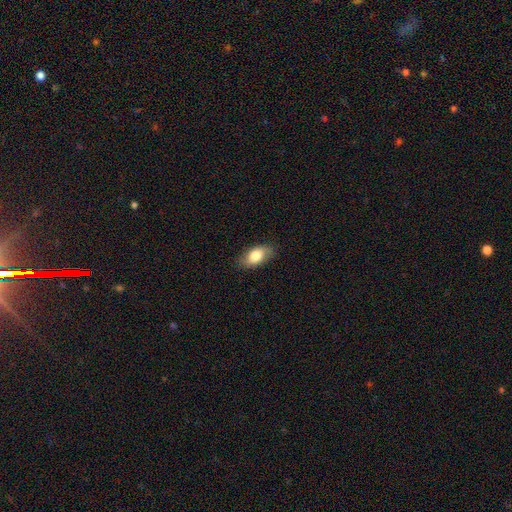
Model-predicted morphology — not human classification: smooth_or_featured: smooth (p=0.76) [alt: featured or disk p=0.17]
how_rounded: in between (p=0.91) [alt: round p=0.05]
merging: none (p=0.82) [alt: minor disturbance p=0.14]